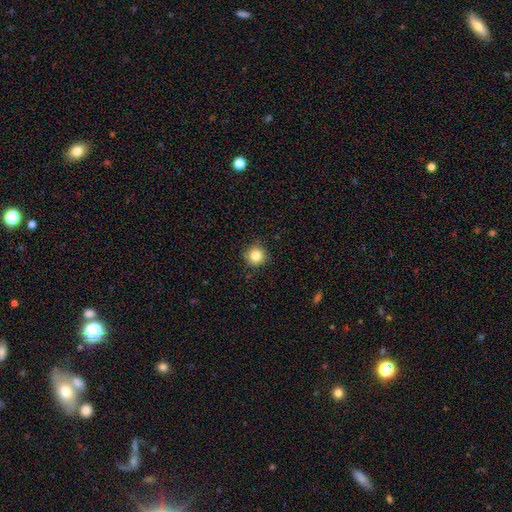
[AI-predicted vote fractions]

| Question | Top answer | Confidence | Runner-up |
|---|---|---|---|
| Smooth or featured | smooth | 84% | star or artifact (11%) |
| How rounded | round | 94% | in between (5%) |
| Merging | none | 87% | minor disturbance (10%) |